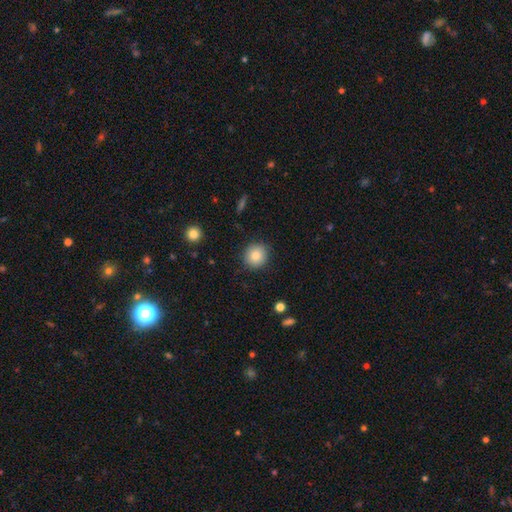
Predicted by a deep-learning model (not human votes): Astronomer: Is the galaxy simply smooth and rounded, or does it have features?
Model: smooth — 84%.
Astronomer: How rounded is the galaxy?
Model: round — 90%.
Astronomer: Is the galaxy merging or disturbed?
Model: none — 88%.